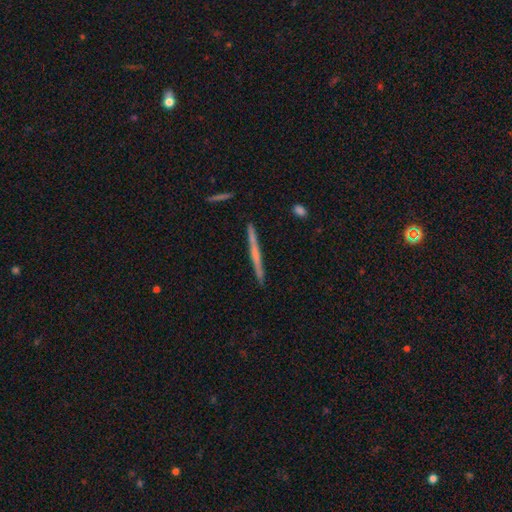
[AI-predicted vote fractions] The model was most divided on "smooth or featured": featured or disk: 51%, smooth: 43%, star or artifact: 6%. More confident: edge-on disk — yes (97%); merging — none (90%).